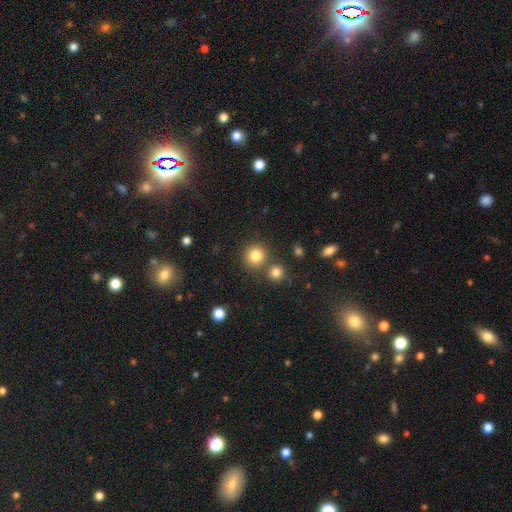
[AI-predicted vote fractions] This is clearly a smooth galaxy (83%). How rounded: clearly round (90%). Merging: likely none (73%).